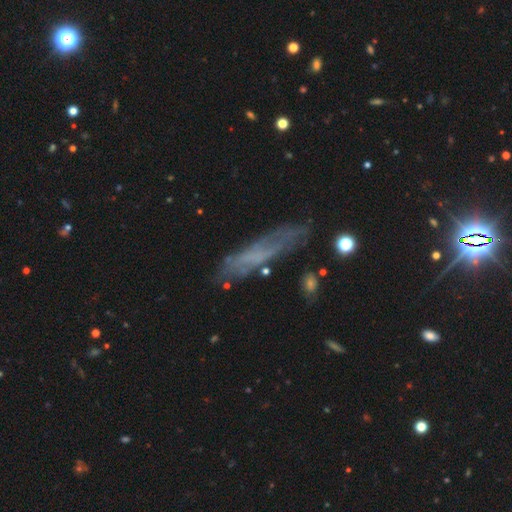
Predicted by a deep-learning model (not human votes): smooth_or_featured: featured or disk (p=0.46) [alt: smooth p=0.41]
merging: none (p=0.64) [alt: minor disturbance p=0.22]